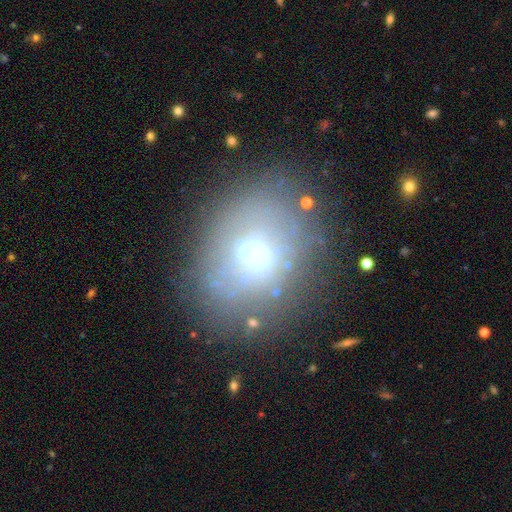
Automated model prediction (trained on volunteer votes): smooth-or-featured: featured or disk: 43% | smooth: 38% | star or artifact: 19%
  merging: none: 66% | minor disturbance: 17% | major disturbance: 12% | merger: 6%